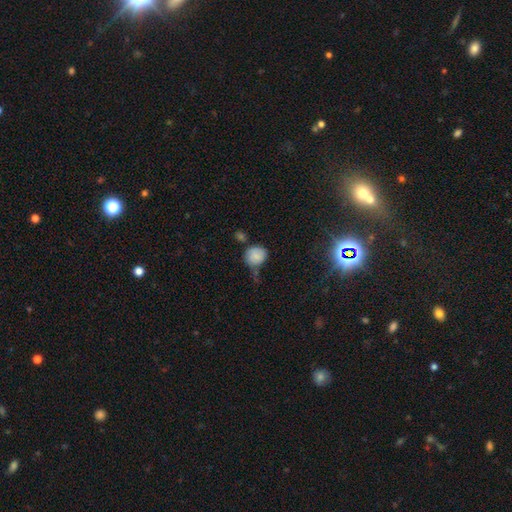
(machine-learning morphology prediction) This appears to be a smooth galaxy with no disk features (80%) that is round (72%). Merging: none (45%).